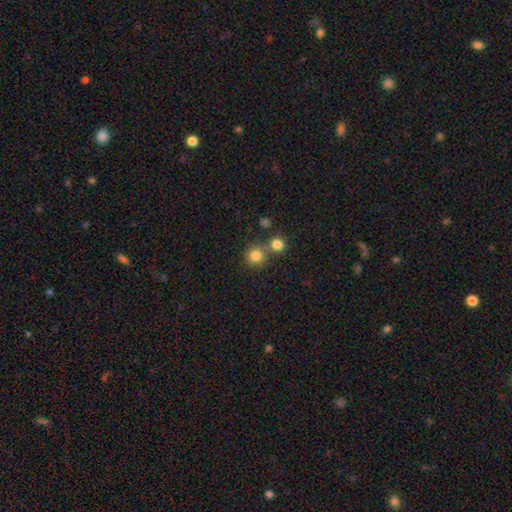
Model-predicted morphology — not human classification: This appears to be a smooth galaxy with no disk features (81%) that is round (90%). Merging: none (62%).